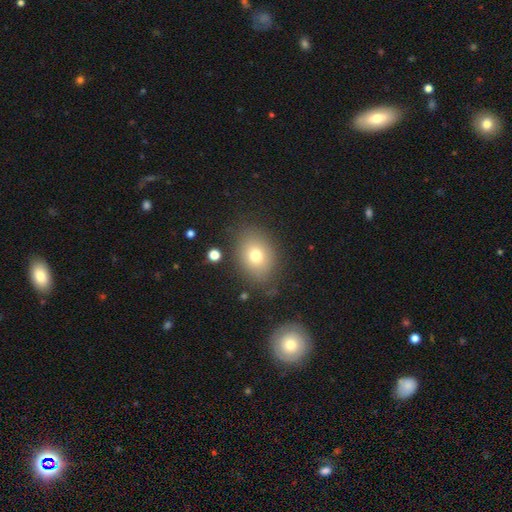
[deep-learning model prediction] Smooth or featured: smooth — 74% (featured or disk — 14%)
How rounded: in between — 67% (round — 32%)
Merging: none — 80% (minor disturbance — 13%)